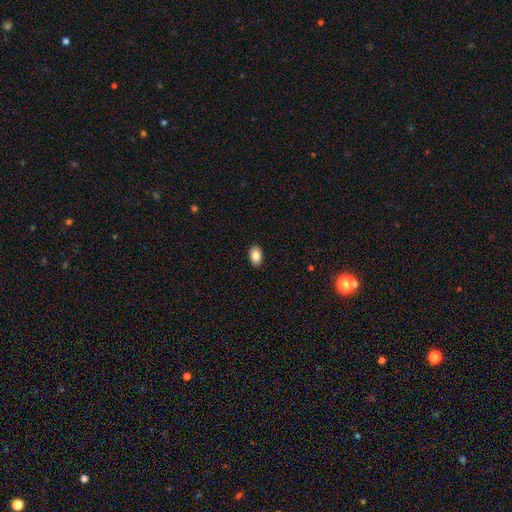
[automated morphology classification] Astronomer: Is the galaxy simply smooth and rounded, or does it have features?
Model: smooth — 86%.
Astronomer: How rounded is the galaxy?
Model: in between — 88%.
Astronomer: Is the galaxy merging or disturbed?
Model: none — 89%.